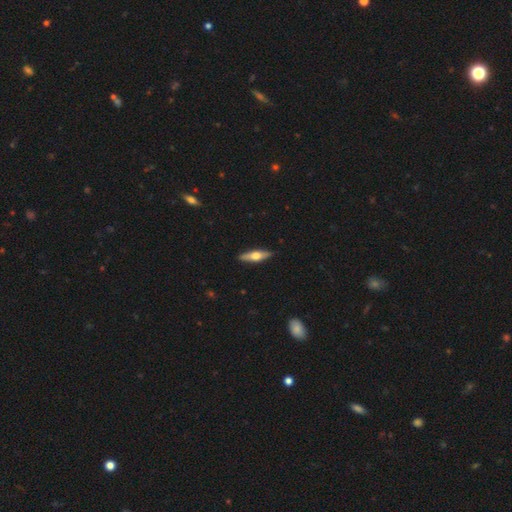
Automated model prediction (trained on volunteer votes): Smooth or featured?
  - featured or disk: 55% *
  - smooth: 40%
  - star or artifact: 5%
Edge-on disk?
  - yes: 93% *
  - no: 7%
Edge-on bulge?
  - rounded: 93% *
  - boxy: 4%
  - none: 3%
Merging?
  - none: 90% *
  - minor disturbance: 8%
  - major disturbance: 2%
  - merger: 1%